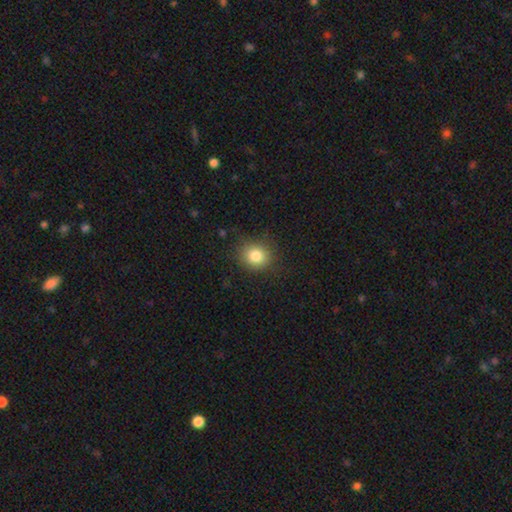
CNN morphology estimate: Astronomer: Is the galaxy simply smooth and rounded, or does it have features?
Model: smooth — 82%.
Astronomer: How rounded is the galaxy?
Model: round — 80%.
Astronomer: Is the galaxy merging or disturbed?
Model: none — 83%.